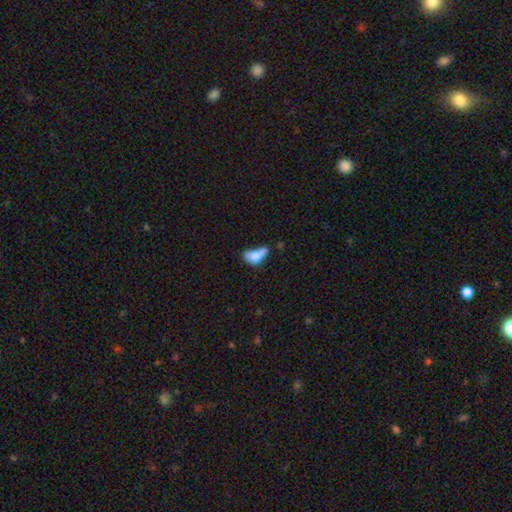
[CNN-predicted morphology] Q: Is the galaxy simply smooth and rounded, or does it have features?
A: smooth — 70%.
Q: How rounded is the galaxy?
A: in between — 81%.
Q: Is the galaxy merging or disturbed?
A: merger — 34%.